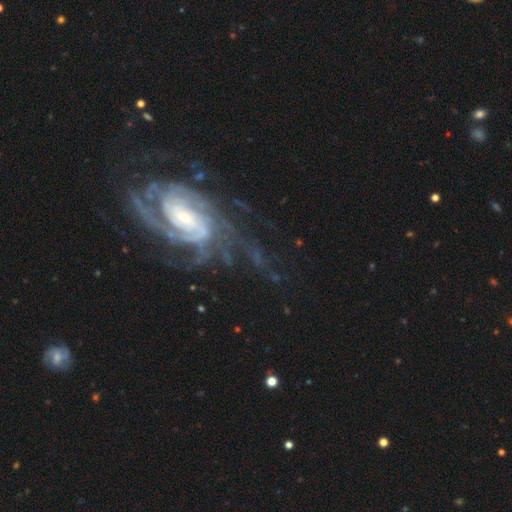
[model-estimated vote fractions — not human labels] A featured or disk galaxy (89%) with a weak bar (43%), 2 (27%) tight (62%) spiral arms (97%) and a small central bulge (44%).

Vote fractions:
- Smooth or featured? featured or disk: 89% / star or artifact: 7% / smooth: 4%
- Edge-on disk? no: 96% / yes: 4%
- Bar? weak: 43% / no: 30% / strong: 27%
- Spiral arms? yes: 97% / no: 3%
- Spiral winding? tight: 62% / medium: 31% / loose: 7%
- Spiral arm count? 2: 27% / can't tell: 23% / 3: 19% / 4: 14% / more than 4: 9% / 1: 8%
- Bulge size? small: 44% / moderate: 43% / large: 8% / none: 4% / dominant: 1%
- Merging? none: 65% / minor disturbance: 17% / major disturbance: 15% / merger: 2%